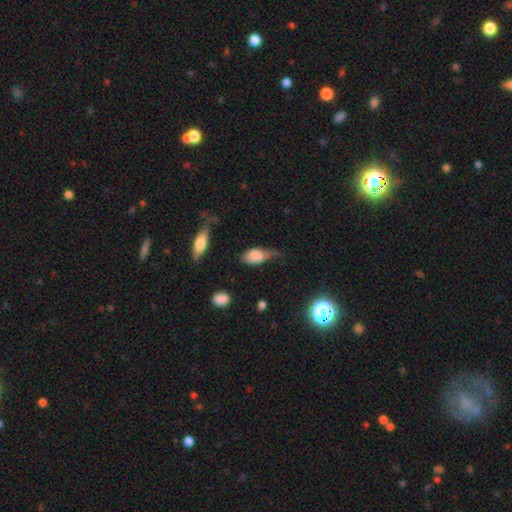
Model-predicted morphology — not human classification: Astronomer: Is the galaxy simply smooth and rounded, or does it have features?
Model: smooth — 75%.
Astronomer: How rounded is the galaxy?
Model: in between — 84%.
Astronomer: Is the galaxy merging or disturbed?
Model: minor disturbance — 39% (runner-up: major disturbance, 30%).